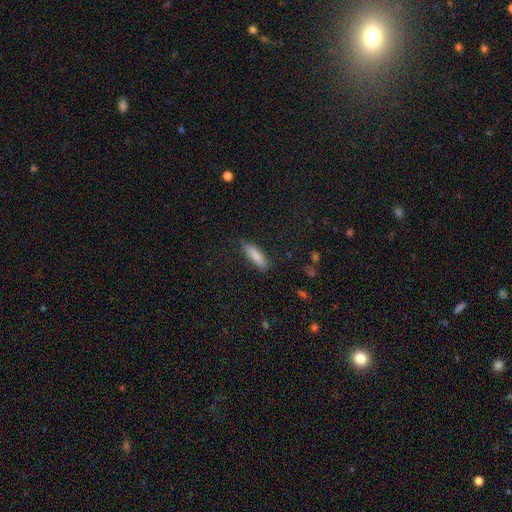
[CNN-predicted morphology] Overall: smooth (82%). How rounded: cigar-shaped (59%; in between 39%). Merging: none (79%).